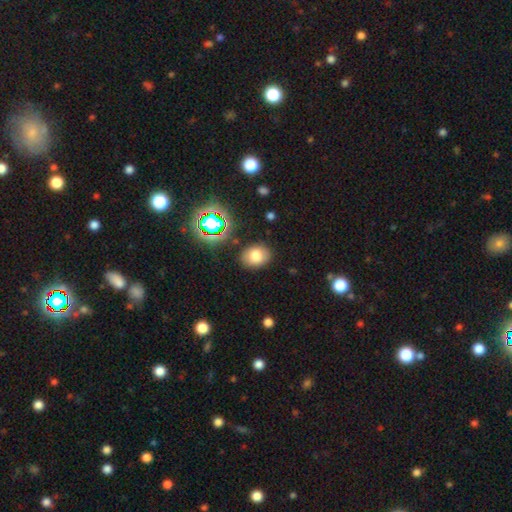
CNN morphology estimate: The model was most divided on "how rounded": in between: 60%, round: 39%, cigar-shaped: 1%. More confident: merging — none (85%); smooth or featured — smooth (76%).